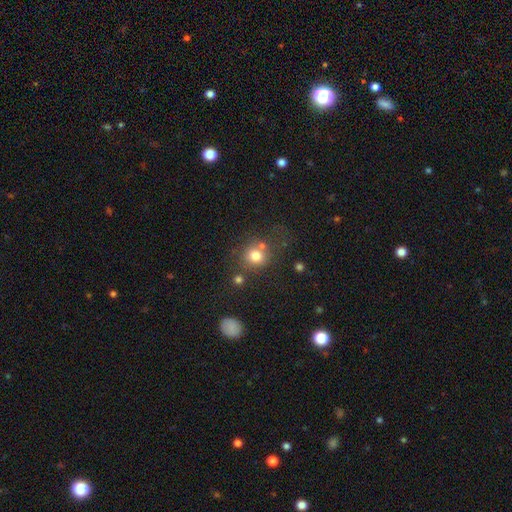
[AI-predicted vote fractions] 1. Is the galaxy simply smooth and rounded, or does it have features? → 77% smooth, 13% star or artifact, 10% featured or disk.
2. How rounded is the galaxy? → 83% round, 16% in between, 1% cigar-shaped.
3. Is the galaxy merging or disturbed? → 59% none, 20% merger, 13% minor disturbance, 8% major disturbance.